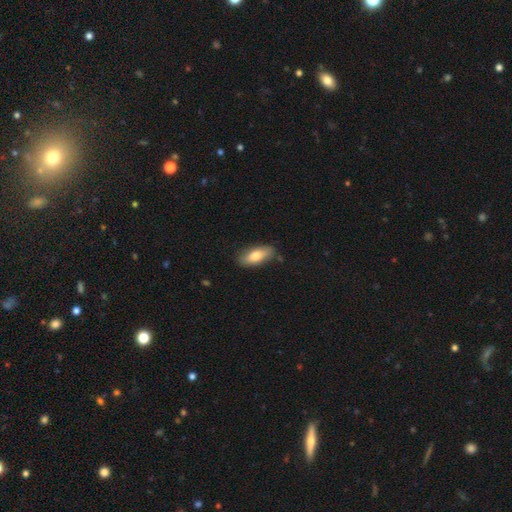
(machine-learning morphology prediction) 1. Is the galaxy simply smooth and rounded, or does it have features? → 76% smooth, 18% featured or disk, 6% star or artifact.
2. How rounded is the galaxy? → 81% in between, 16% cigar-shaped, 3% round.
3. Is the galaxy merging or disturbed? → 81% none, 15% minor disturbance, 3% major disturbance, 2% merger.